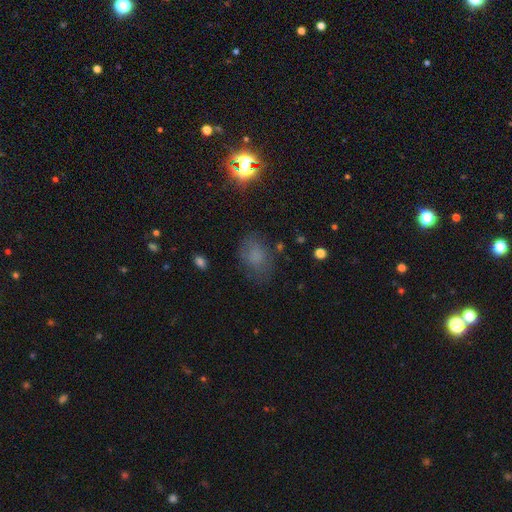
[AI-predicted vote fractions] Morphology: type=smooth (65%); roundness=in between (74%); merging=none (66%).